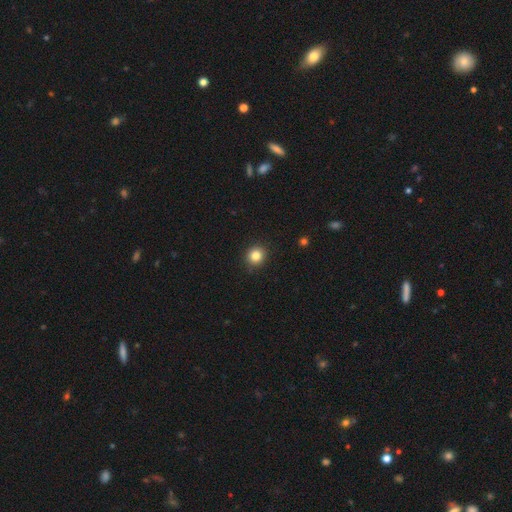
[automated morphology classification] smooth_or_featured: smooth (p=0.83) [alt: star or artifact p=0.11]
how_rounded: round (p=0.89) [alt: in between p=0.10]
merging: none (p=0.91) [alt: minor disturbance p=0.06]